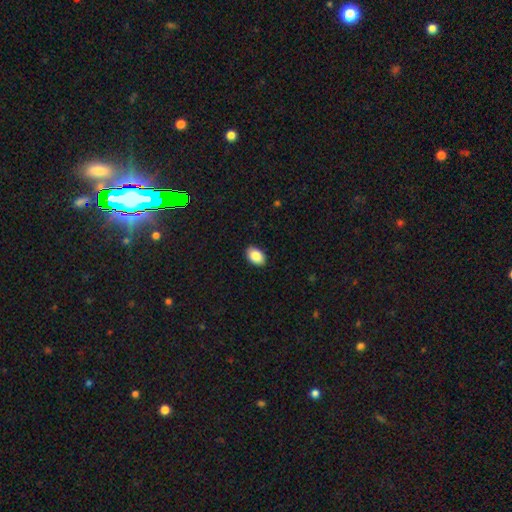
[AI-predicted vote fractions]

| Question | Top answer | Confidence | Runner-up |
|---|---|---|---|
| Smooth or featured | smooth | 88% | star or artifact (7%) |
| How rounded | in between | 87% | round (12%) |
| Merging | none | 90% | minor disturbance (7%) |